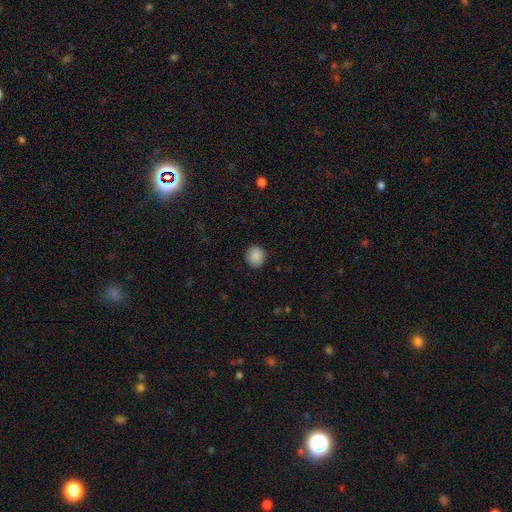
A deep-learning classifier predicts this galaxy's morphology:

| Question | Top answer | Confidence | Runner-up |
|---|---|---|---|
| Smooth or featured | smooth | 89% | star or artifact (8%) |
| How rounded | round | 86% | in between (13%) |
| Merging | none | 90% | minor disturbance (7%) |